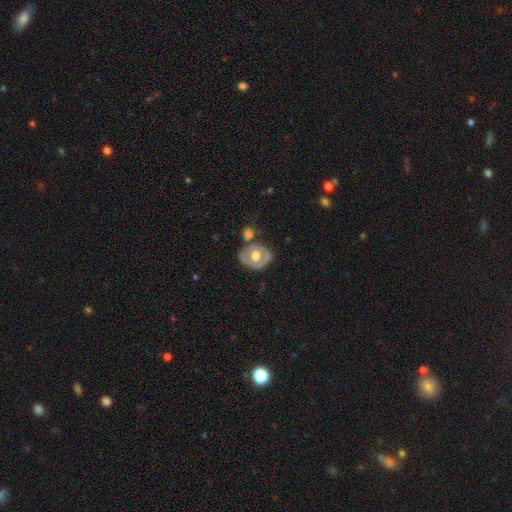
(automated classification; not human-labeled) smooth_or_featured: featured or disk (p=0.55) [alt: smooth p=0.39]
disk_edge_on: no (p=0.93) [alt: yes p=0.07]
bar: no (p=0.79) [alt: weak p=0.16]
has_spiral_arms: no (p=0.80) [alt: yes p=0.20]
bulge_size: moderate (p=0.61) [alt: large p=0.33]
merging: none (p=0.61) [alt: minor disturbance p=0.17]